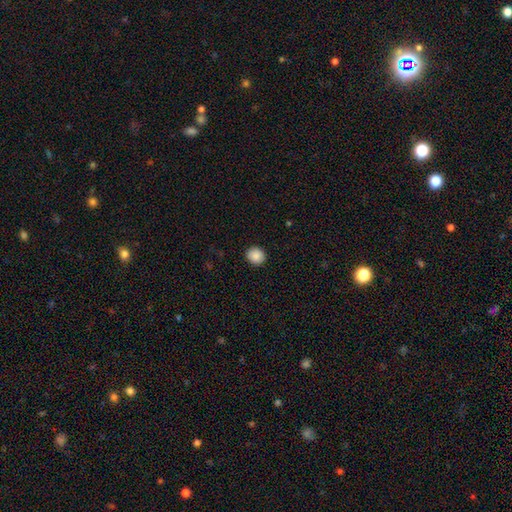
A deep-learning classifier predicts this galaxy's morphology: smooth 89%, star or artifact 8%, featured or disk 3%. Down the decision tree: how rounded — round (84%); merging — none (91%).